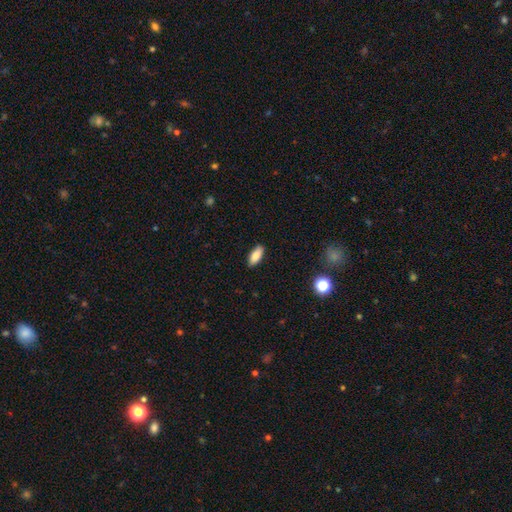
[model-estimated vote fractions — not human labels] A smooth galaxy with no disk features (83%) that is in between round and cigar-shaped (82%).

Vote fractions:
- Smooth or featured? smooth: 83% / featured or disk: 9% / star or artifact: 7%
- How rounded? in between: 82% / cigar-shaped: 16% / round: 2%
- Merging? none: 89% / minor disturbance: 8% / major disturbance: 2% / merger: 1%